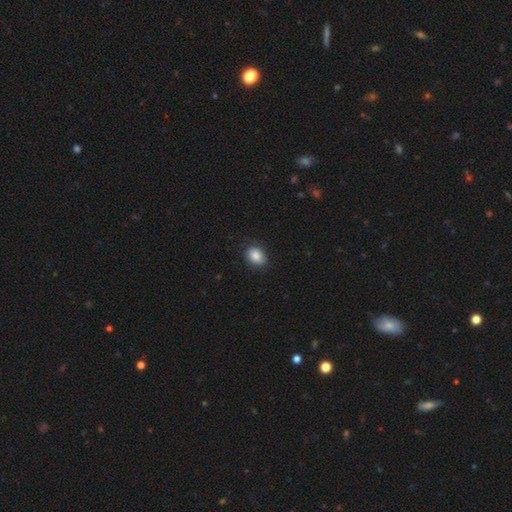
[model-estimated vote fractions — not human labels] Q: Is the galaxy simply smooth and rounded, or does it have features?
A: smooth — 85%.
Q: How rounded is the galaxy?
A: in between — 67%.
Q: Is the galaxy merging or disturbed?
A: none — 80%.